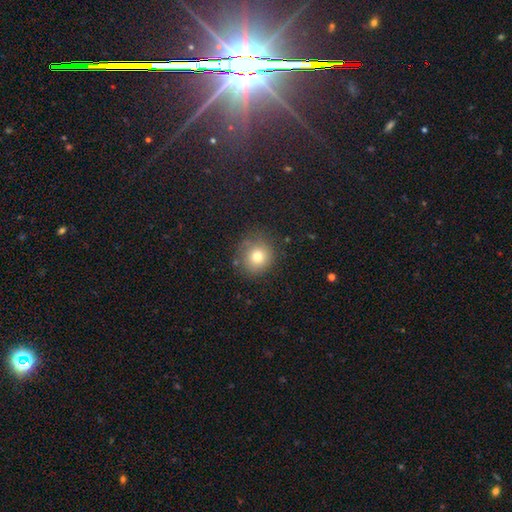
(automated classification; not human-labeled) Q: Smooth or featured?
A: smooth (69%); runner-up: star or artifact (20%)
Q: How rounded?
A: round (90%); runner-up: in between (9%)
Q: Merging?
A: none (84%); runner-up: minor disturbance (11%)